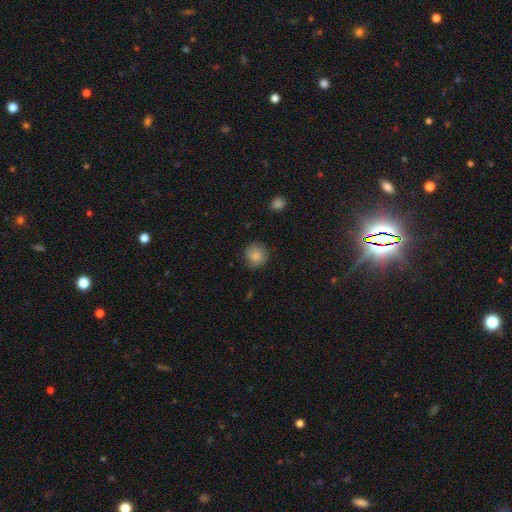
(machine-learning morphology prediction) smooth-or-featured: smooth: 83% | star or artifact: 9% | featured or disk: 8%
  how-rounded: round: 90% | in between: 9% | cigar-shaped: 1%
  merging: none: 80% | minor disturbance: 15% | major disturbance: 4% | merger: 1%